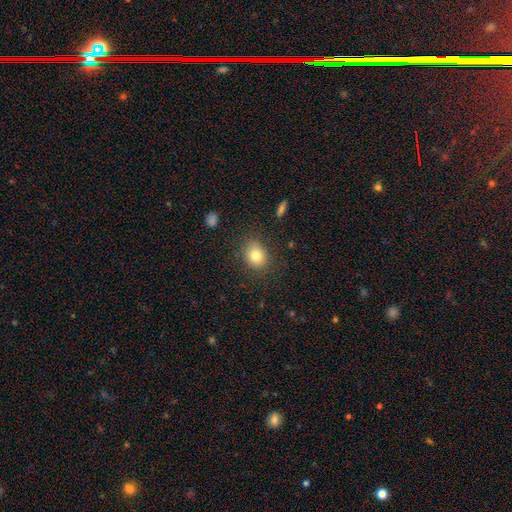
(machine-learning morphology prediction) smooth-or-featured: smooth: 80% | star or artifact: 11% | featured or disk: 9%
  how-rounded: round: 61% | in between: 38% | cigar-shaped: 1%
  merging: none: 81% | minor disturbance: 13% | major disturbance: 4% | merger: 2%